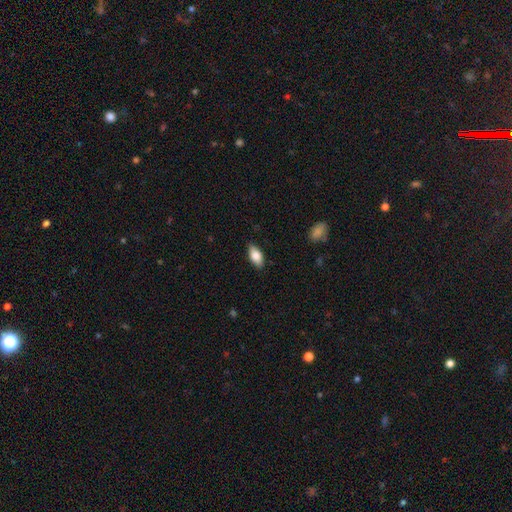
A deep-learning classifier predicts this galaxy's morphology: Q: Smooth or featured?
A: smooth (81%); runner-up: featured or disk (12%)
Q: How rounded?
A: in between (90%); runner-up: cigar-shaped (7%)
Q: Merging?
A: none (85%); runner-up: minor disturbance (12%)